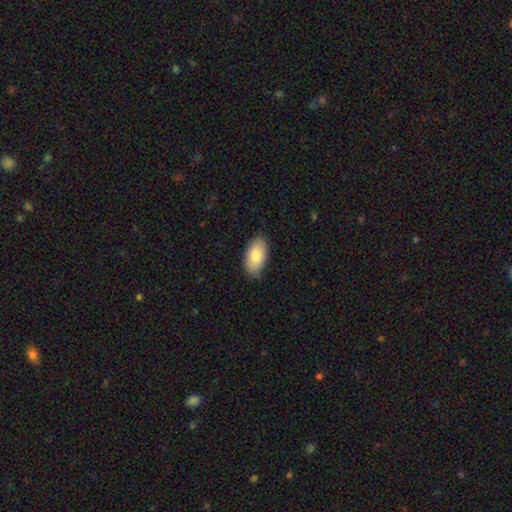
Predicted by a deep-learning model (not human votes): Smooth or featured?
  - smooth: 83% *
  - featured or disk: 11%
  - star or artifact: 6%
How rounded?
  - in between: 95% *
  - round: 3%
  - cigar-shaped: 2%
Merging?
  - none: 81% *
  - minor disturbance: 15%
  - major disturbance: 3%
  - merger: 1%